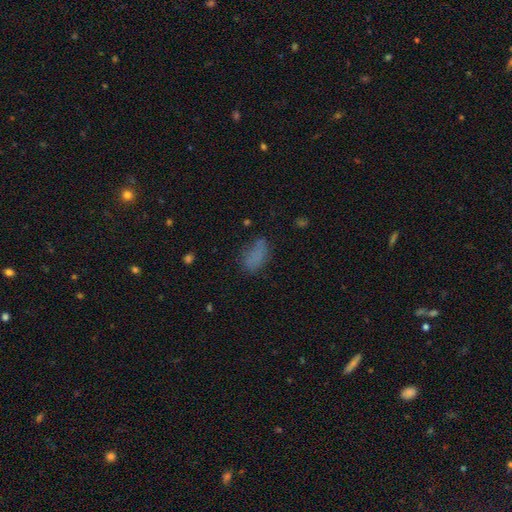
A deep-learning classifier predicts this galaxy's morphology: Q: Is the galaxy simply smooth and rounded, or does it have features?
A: smooth — 73%.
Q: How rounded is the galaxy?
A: in between — 87%.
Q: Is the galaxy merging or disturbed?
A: none — 56%.